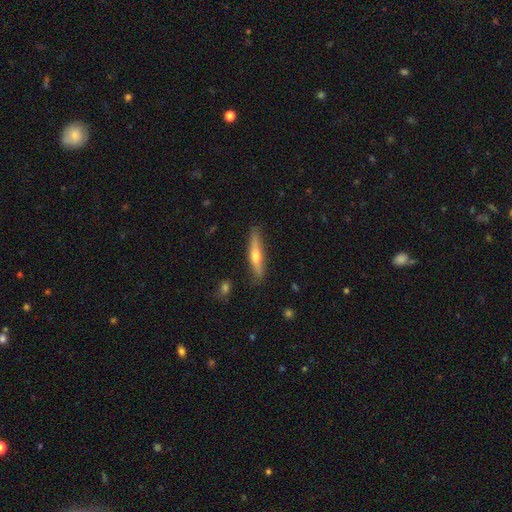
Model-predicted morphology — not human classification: type=featured or disk (52%); edge-on=yes (94%); merging=none (85%).